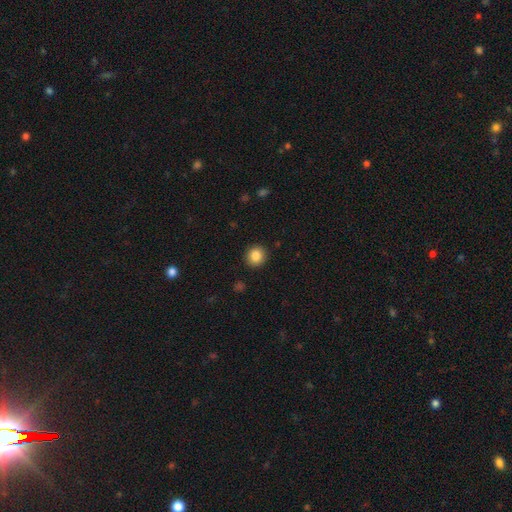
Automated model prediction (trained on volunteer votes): smooth_or_featured: smooth (p=0.85) [alt: star or artifact p=0.10]
how_rounded: round (p=0.90) [alt: in between p=0.09]
merging: none (p=0.91) [alt: minor disturbance p=0.06]